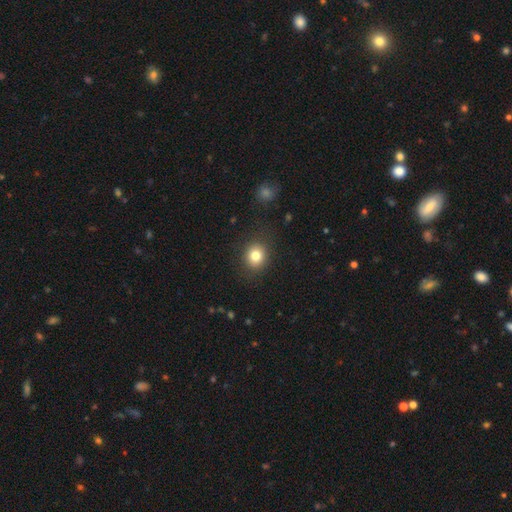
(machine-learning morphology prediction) Q: Smooth or featured?
A: smooth (81%); runner-up: star or artifact (11%)
Q: How rounded?
A: round (74%); runner-up: in between (25%)
Q: Merging?
A: none (86%); runner-up: minor disturbance (9%)